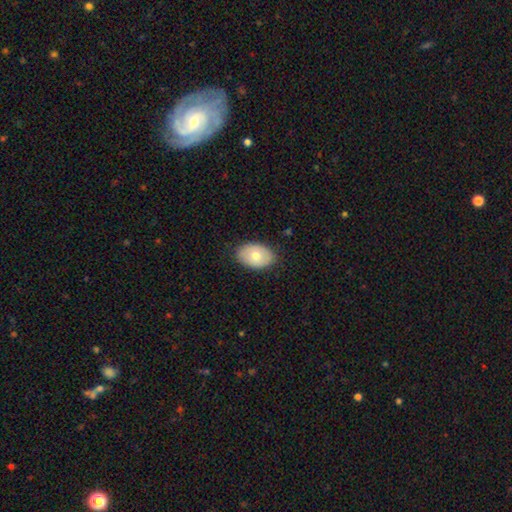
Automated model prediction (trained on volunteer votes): Morphology: type=smooth (70%); roundness=in between (88%); merging=none (86%).